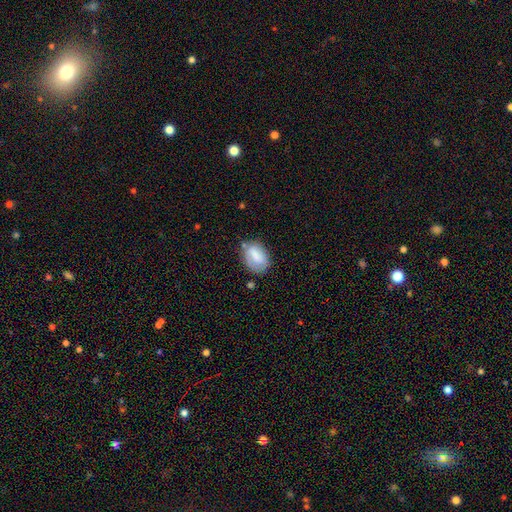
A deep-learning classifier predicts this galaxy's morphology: This is likely a smooth galaxy (68%). How rounded: clearly in between (81%). Merging: possibly none (59%).